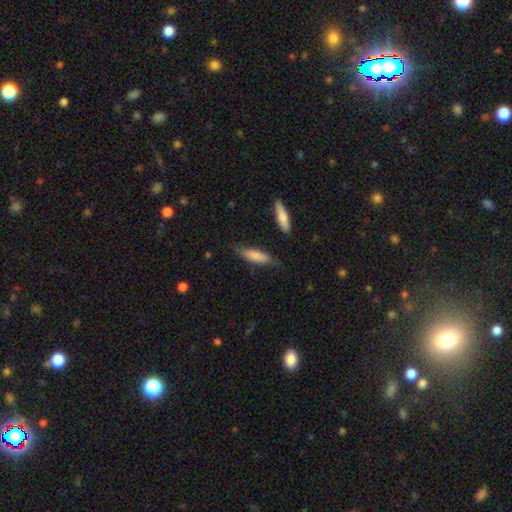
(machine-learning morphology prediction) smooth_or_featured: smooth (p=0.79) [alt: featured or disk p=0.15]
how_rounded: cigar-shaped (p=0.64) [alt: in between p=0.34]
merging: none (p=0.74) [alt: minor disturbance p=0.19]